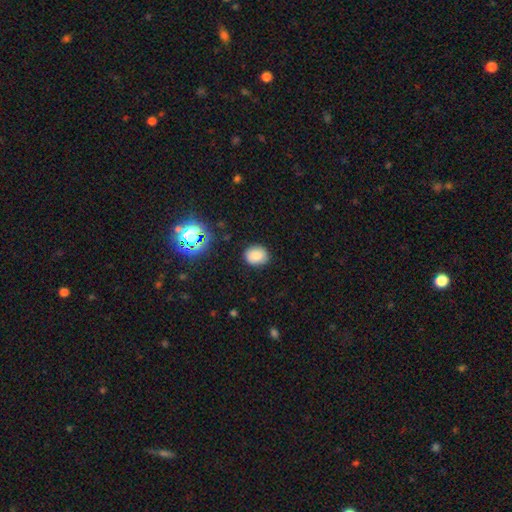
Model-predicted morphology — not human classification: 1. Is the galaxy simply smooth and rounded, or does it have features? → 80% smooth, 13% star or artifact, 7% featured or disk.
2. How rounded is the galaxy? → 62% round, 37% in between, 1% cigar-shaped.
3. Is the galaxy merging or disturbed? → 84% none, 12% minor disturbance, 3% major disturbance, 1% merger.